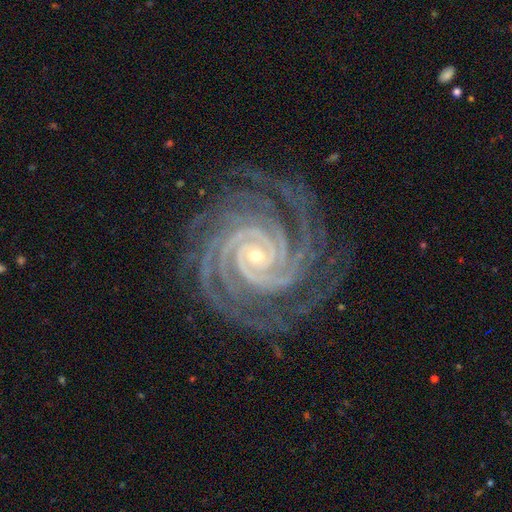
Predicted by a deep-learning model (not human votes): The model was most divided on "spiral arm count": 4: 27%, 3: 20%, more than 4: 19%, 2: 15%, can't tell: 11%, 1: 9%. More confident: spiral arms — yes (99%); edge-on disk — no (98%); smooth or featured — featured or disk (94%); spiral winding — tight (87%); merging — none (81%); bulge size — small (77%); bar — no (55%).